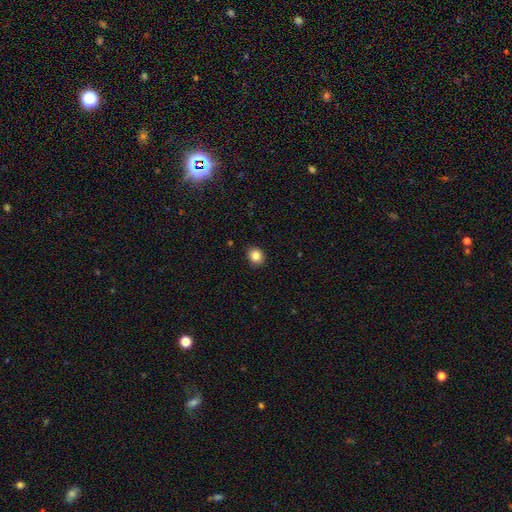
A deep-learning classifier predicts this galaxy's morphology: Q: Smooth or featured?
A: smooth (85%); runner-up: star or artifact (10%)
Q: How rounded?
A: round (67%); runner-up: in between (32%)
Q: Merging?
A: none (90%); runner-up: minor disturbance (7%)